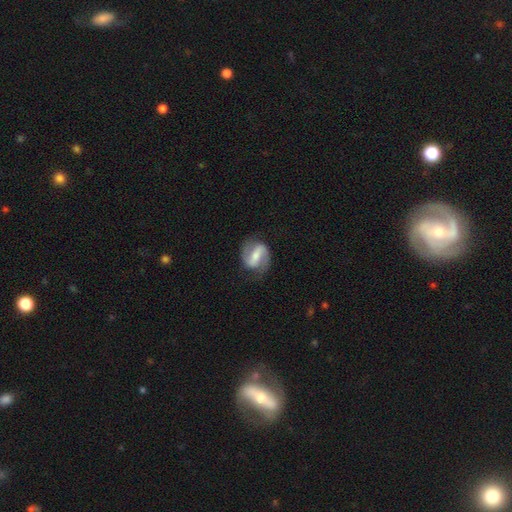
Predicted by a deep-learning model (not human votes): A featured or disk galaxy (80%) with a strong bar (57%), 2 (91%) medium (51%) spiral arms (92%) and a moderate central bulge (44%).

Vote fractions:
- Smooth or featured? featured or disk: 80% / smooth: 15% / star or artifact: 6%
- Edge-on disk? no: 97% / yes: 3%
- Bar? strong: 57% / weak: 32% / no: 12%
- Spiral arms? yes: 92% / no: 8%
- Spiral winding? medium: 51% / tight: 26% / loose: 23%
- Spiral arm count? 2: 91% / can't tell: 4% / 1: 2% / 3: 1% / 4: 1% / more than 4: 1%
- Bulge size? moderate: 44% / small: 36% / large: 9% / none: 9% / dominant: 2%
- Merging? none: 77% / minor disturbance: 15% / major disturbance: 7% / merger: 1%